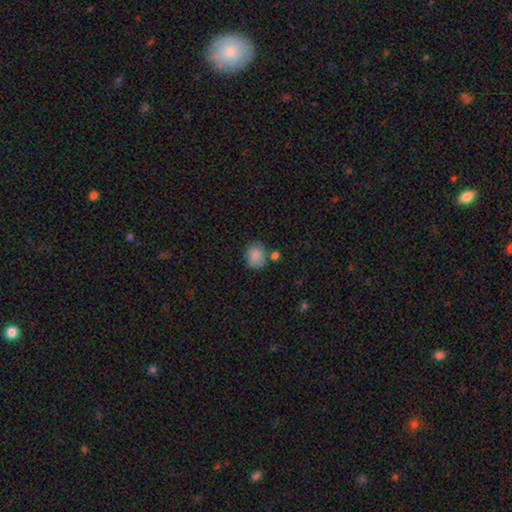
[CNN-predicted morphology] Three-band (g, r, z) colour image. It shows a smooth galaxy with no disk features (87%) that is round (64%). Merging: none (72%).